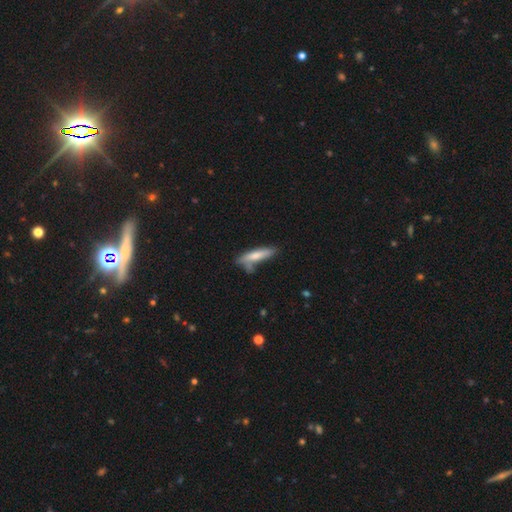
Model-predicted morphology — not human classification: type=smooth (70%); roundness=cigar-shaped (80%); merging=none (59%).